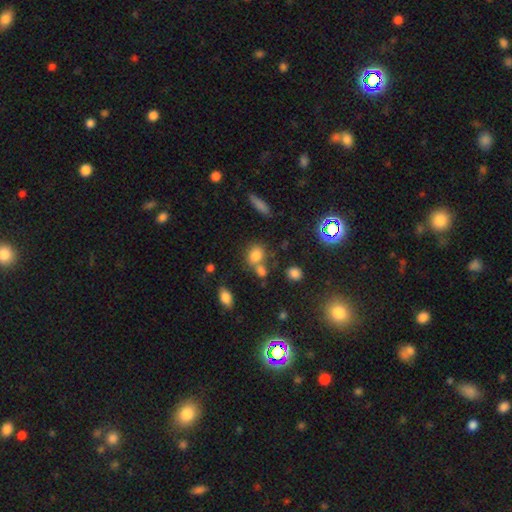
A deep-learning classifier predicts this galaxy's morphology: Q: Smooth or featured?
A: smooth (76%); runner-up: star or artifact (15%)
Q: How rounded?
A: round (50%); runner-up: in between (47%)
Q: Merging?
A: none (50%); runner-up: merger (31%)